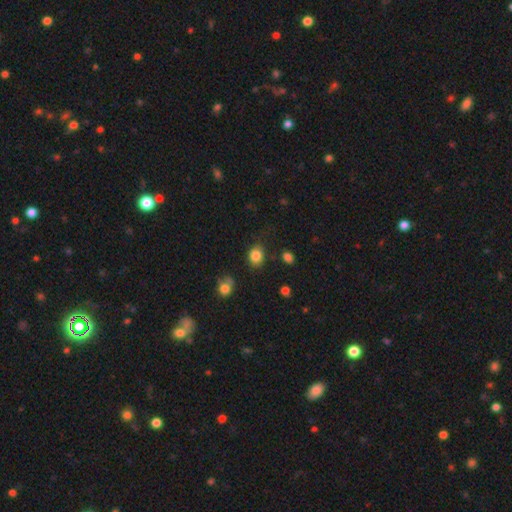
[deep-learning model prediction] Smooth or featured?
  - smooth: 84% *
  - star or artifact: 11%
  - featured or disk: 5%
How rounded?
  - round: 61% *
  - in between: 39%
  - cigar-shaped: 1%
Merging?
  - none: 75% *
  - minor disturbance: 16%
  - major disturbance: 5%
  - merger: 4%